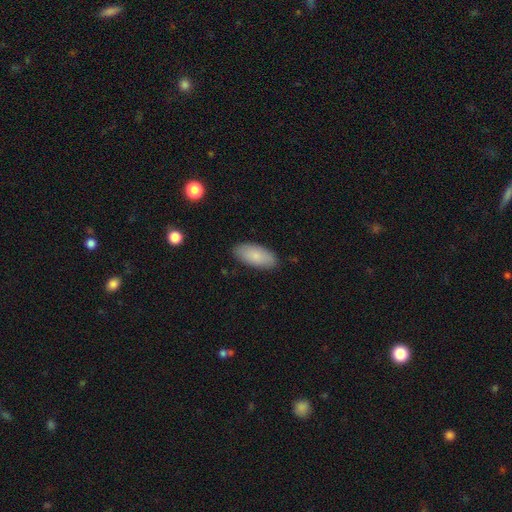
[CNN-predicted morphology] smooth-or-featured: smooth: 83% | featured or disk: 11% | star or artifact: 6%
  how-rounded: in between: 91% | cigar-shaped: 7% | round: 2%
  merging: none: 86% | minor disturbance: 11% | major disturbance: 2% | merger: 1%